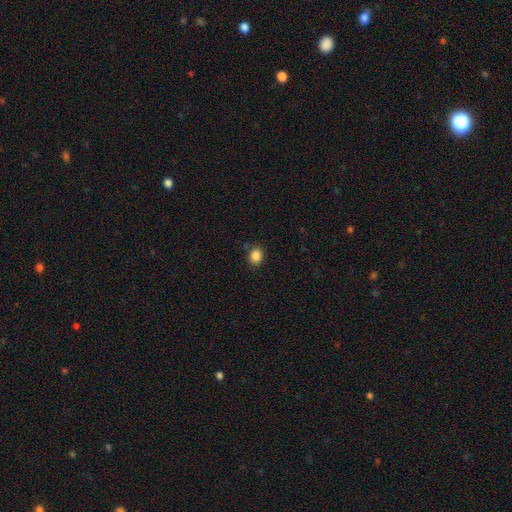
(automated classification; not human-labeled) Morphology: type=smooth (86%); roundness=round (50%); merging=none (83%).